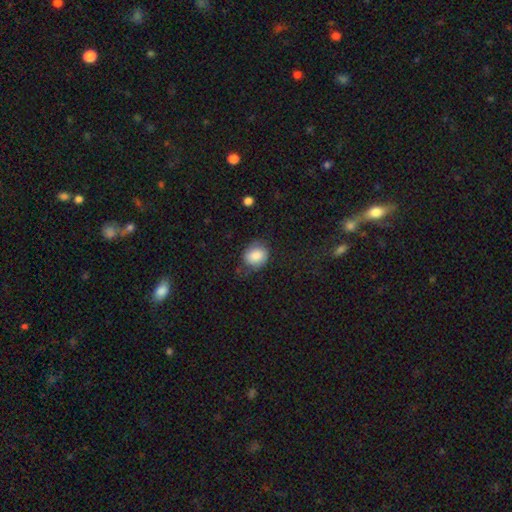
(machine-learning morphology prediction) Overall: smooth (82%). How rounded: round (59%; in between 40%). Merging: none (64%; minor disturbance 24%).